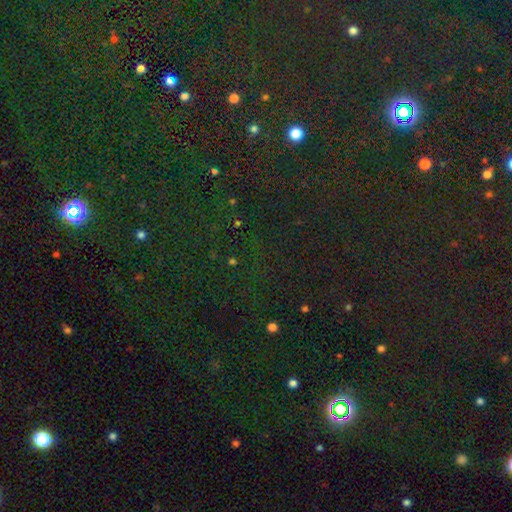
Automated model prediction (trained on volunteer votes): Overall: star or artifact (80%).